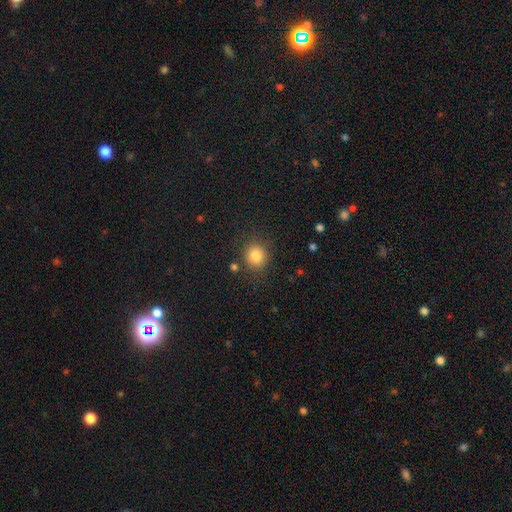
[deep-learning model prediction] Overall: smooth (83%). How rounded: round (87%). Merging: none (85%).